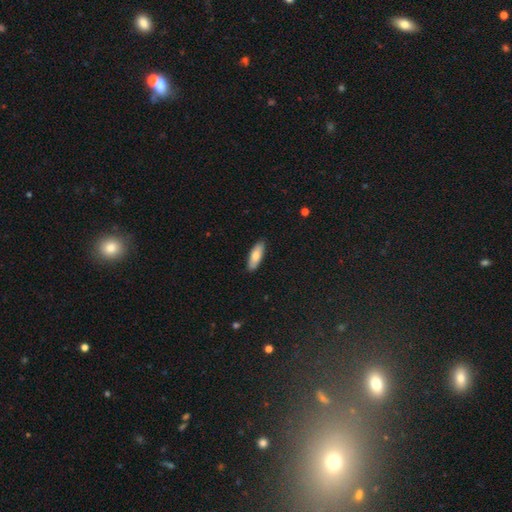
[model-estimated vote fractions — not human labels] A smooth galaxy with no disk features (78%) that is in between round and cigar-shaped (61%).

Vote fractions:
- Smooth or featured? smooth: 78% / featured or disk: 17% / star or artifact: 6%
- How rounded? in between: 61% / cigar-shaped: 37% / round: 2%
- Merging? none: 88% / minor disturbance: 9% / major disturbance: 2% / merger: 1%